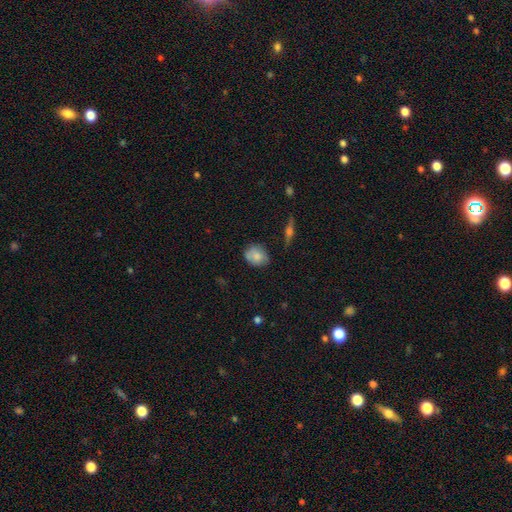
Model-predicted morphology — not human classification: smooth 73%, featured or disk 19%, star or artifact 8%. Down the decision tree: how rounded — round (56%); merging — none (67%).